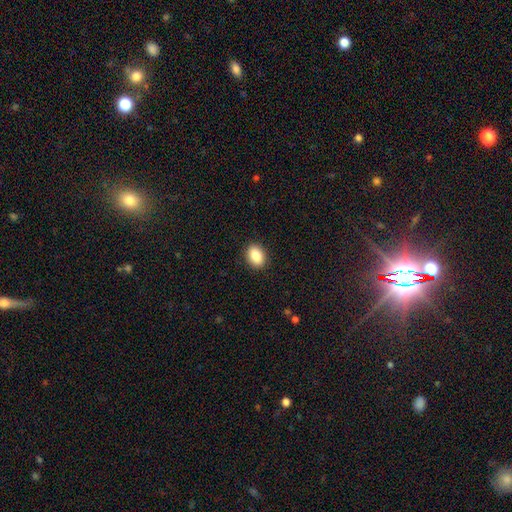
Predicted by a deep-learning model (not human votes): A smooth galaxy with no disk features (87%) that is in between round and cigar-shaped (75%). Merging: none (90%).